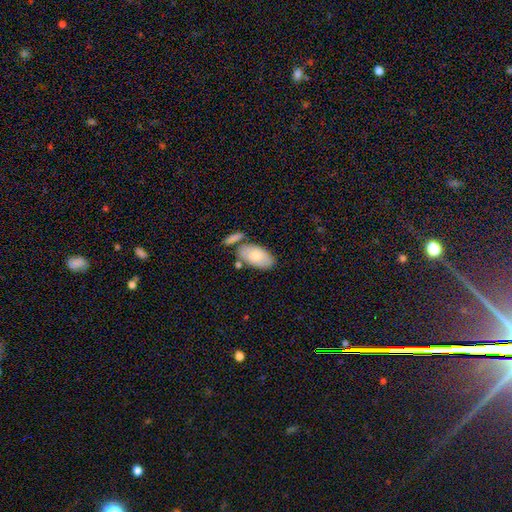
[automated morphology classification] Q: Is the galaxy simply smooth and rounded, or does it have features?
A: smooth — 76%.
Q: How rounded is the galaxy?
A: in between — 95%.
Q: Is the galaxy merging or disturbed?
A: none — 63%.